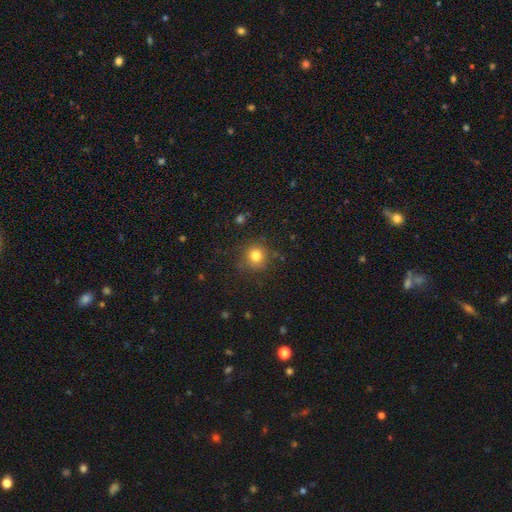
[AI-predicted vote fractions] Morphology: type=smooth (80%); roundness=round (92%); merging=none (83%).